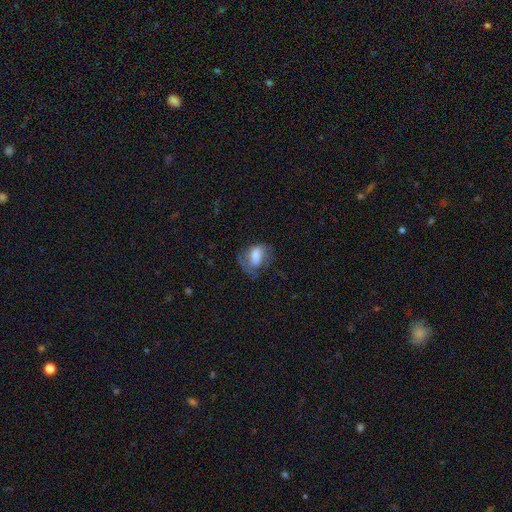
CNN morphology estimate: A smooth galaxy with no disk features (60%) that is in between round and cigar-shaped (77%).

Vote fractions:
- Smooth or featured? smooth: 60% / featured or disk: 31% / star or artifact: 9%
- How rounded? in between: 77% / round: 20% / cigar-shaped: 2%
- Merging? none: 42% / major disturbance: 29% / minor disturbance: 28% / merger: 2%